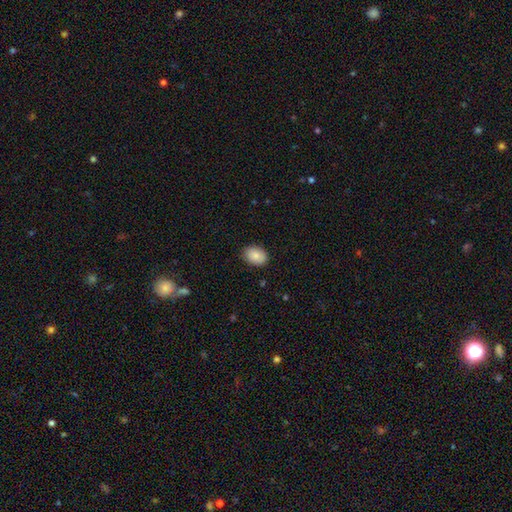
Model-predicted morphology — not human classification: This is clearly a smooth galaxy (86%). How rounded: likely in between (76%). Merging: clearly none (87%).